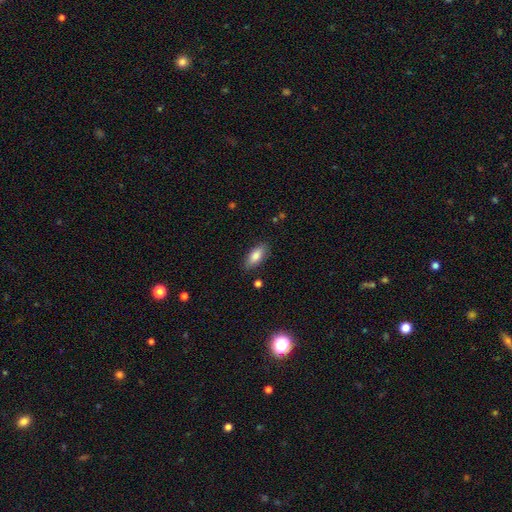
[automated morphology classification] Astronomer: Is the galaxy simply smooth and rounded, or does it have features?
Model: smooth — 83%.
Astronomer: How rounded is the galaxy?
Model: in between — 84%.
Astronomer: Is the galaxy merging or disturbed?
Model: none — 84%.